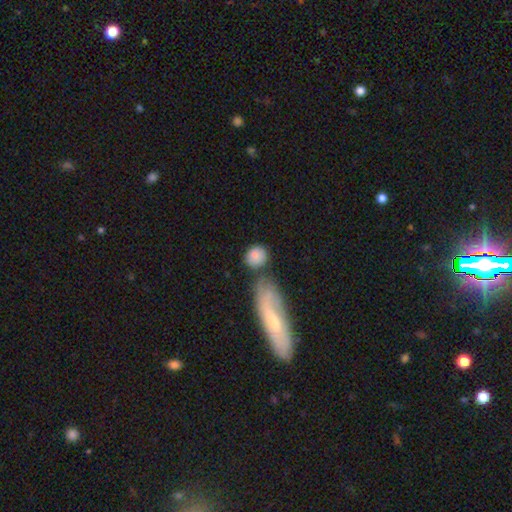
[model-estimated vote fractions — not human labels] A smooth galaxy with no disk features (82%) that is round (77%). Merging: none (58%).